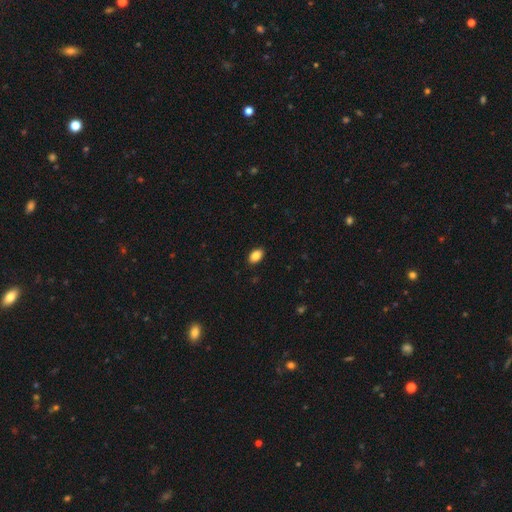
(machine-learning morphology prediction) type=smooth (87%); roundness=in between (90%); merging=none (89%).